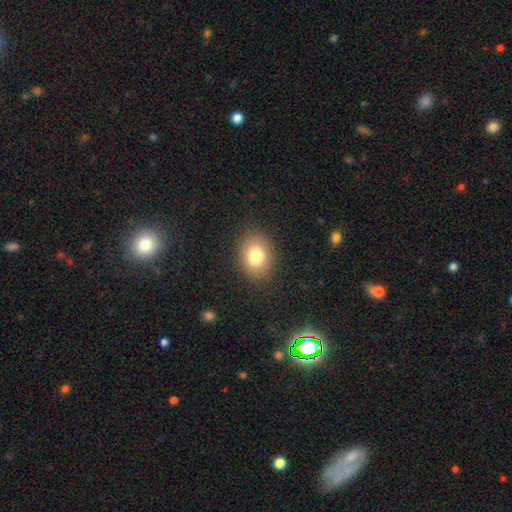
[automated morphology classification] This appears to be a smooth galaxy with no disk features (80%) that is in between round and cigar-shaped (62%). Merging: none (87%).